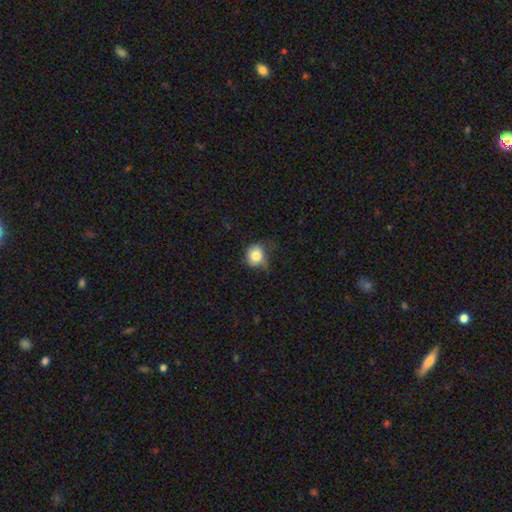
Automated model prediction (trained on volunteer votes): Smooth or featured: smooth — 82% (star or artifact — 10%)
How rounded: round — 80% (in between — 19%)
Merging: none — 55% (minor disturbance — 33%)